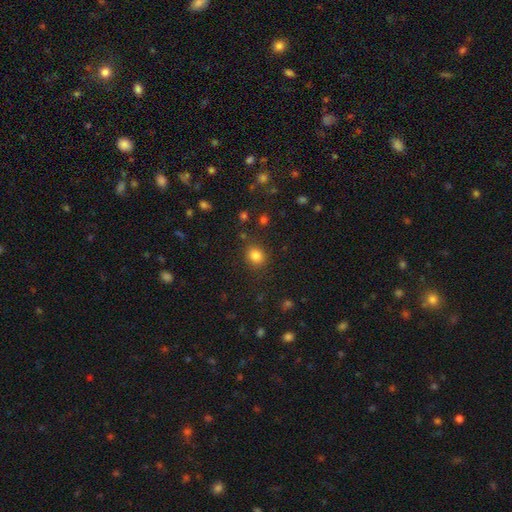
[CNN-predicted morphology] Smooth or featured? smooth (83%)
How rounded? round (65%)
Merging? none (84%)